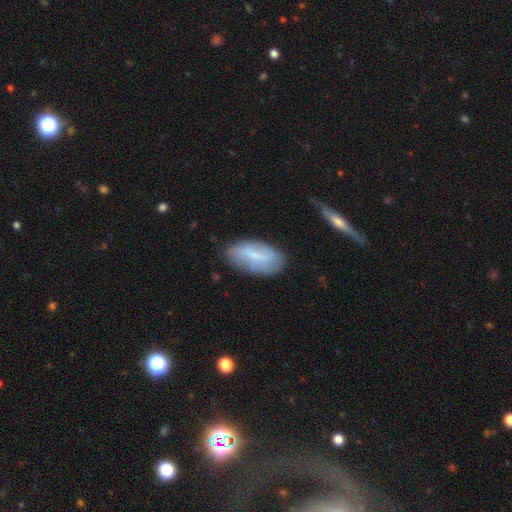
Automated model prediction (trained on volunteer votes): This is possibly a smooth galaxy (48%). Merging: likely none (75%).